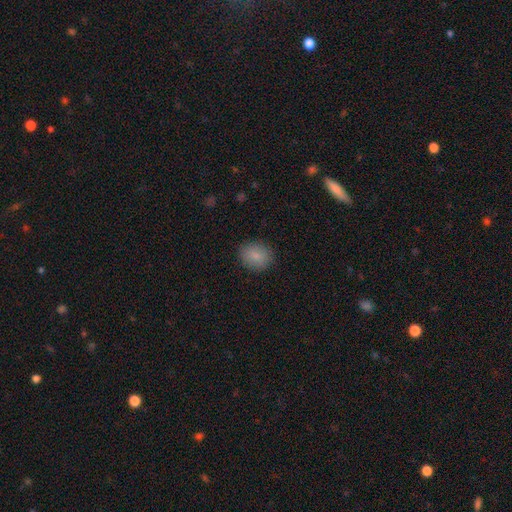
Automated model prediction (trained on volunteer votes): smooth 85%, star or artifact 9%, featured or disk 7%. Down the decision tree: how rounded — round (59%); merging — none (88%).